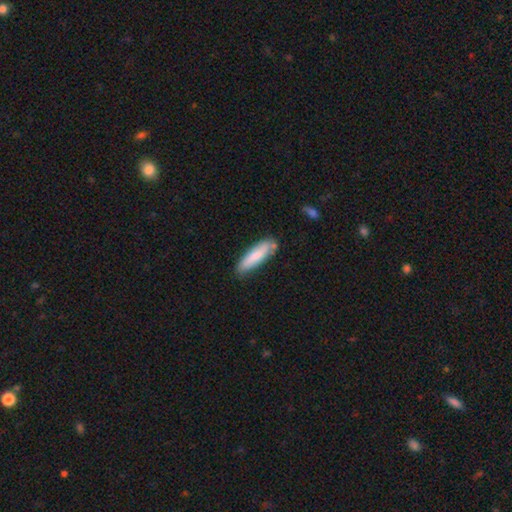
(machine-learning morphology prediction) type=smooth (77%); roundness=cigar-shaped (66%); merging=none (76%).